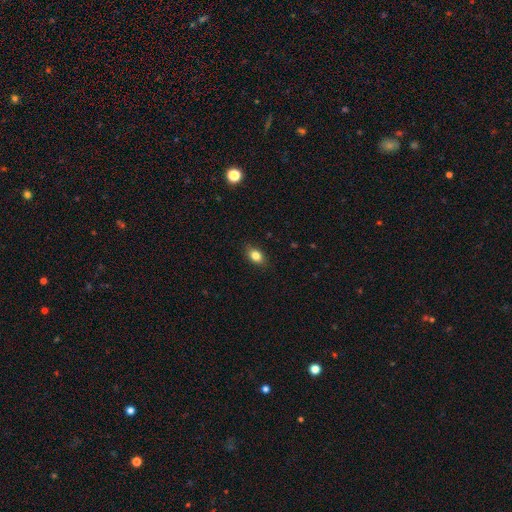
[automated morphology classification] Overall: smooth (82%). How rounded: in between (79%). Merging: none (86%).